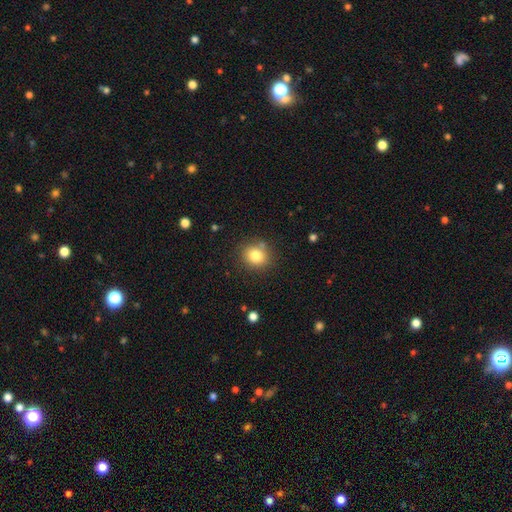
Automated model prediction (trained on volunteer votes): This is clearly a smooth galaxy (81%). How rounded: clearly round (80%). Merging: clearly none (81%).